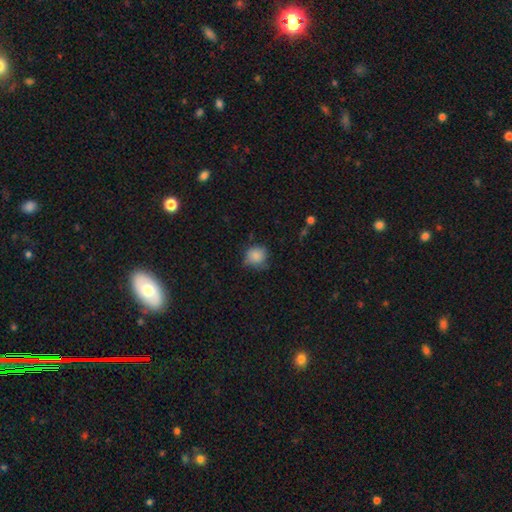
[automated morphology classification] Smooth or featured: smooth — 84% (star or artifact — 9%)
How rounded: round — 84% (in between — 15%)
Merging: none — 61% (minor disturbance — 30%)